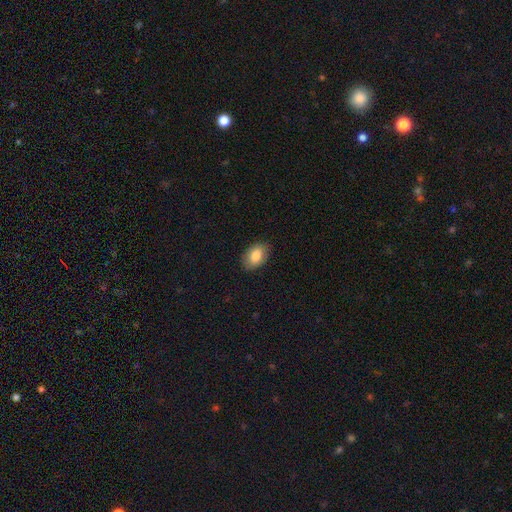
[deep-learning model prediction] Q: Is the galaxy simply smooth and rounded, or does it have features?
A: smooth — 84%.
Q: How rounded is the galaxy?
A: in between — 87%.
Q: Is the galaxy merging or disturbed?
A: none — 87%.